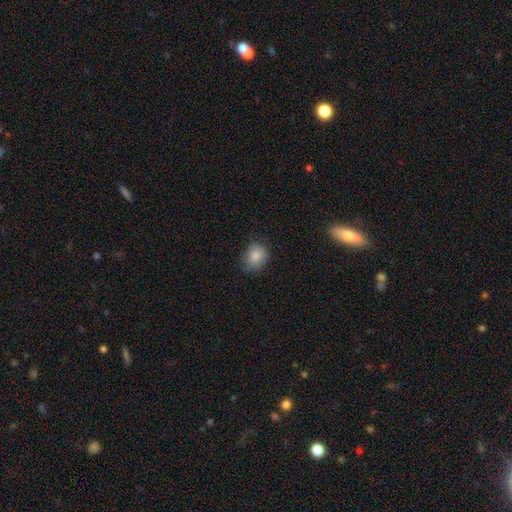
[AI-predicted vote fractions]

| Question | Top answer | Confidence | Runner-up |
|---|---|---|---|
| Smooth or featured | smooth | 85% | star or artifact (9%) |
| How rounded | round | 59% | in between (40%) |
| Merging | none | 76% | minor disturbance (19%) |